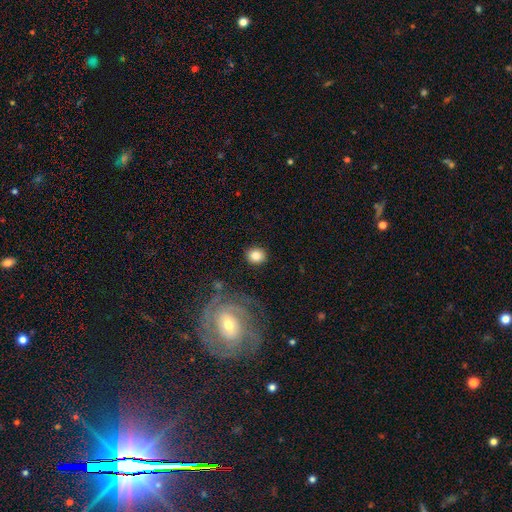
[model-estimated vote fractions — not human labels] Q: Smooth or featured?
A: smooth (82%); runner-up: featured or disk (10%)
Q: How rounded?
A: round (76%); runner-up: in between (23%)
Q: Merging?
A: none (86%); runner-up: minor disturbance (8%)